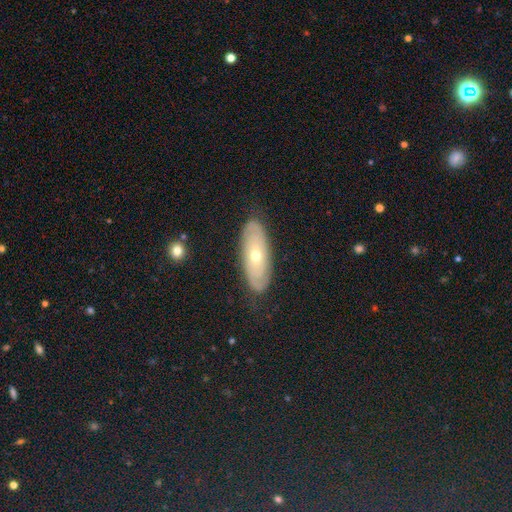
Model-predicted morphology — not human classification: A featured or disk galaxy (60%). Merging: none (84%).